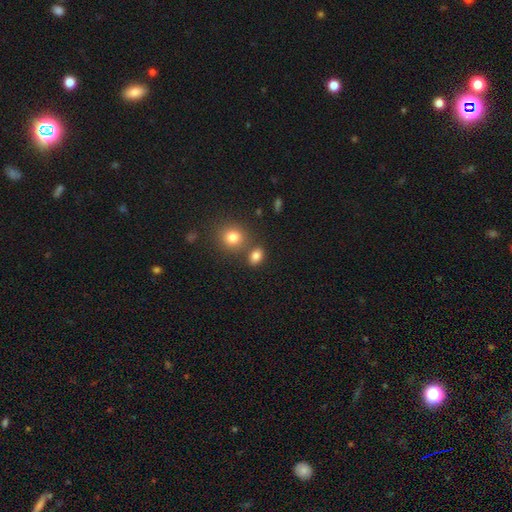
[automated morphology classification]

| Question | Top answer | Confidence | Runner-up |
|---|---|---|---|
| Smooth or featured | smooth | 82% | star or artifact (12%) |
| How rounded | in between | 66% | round (32%) |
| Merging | none | 68% | merger (17%) |